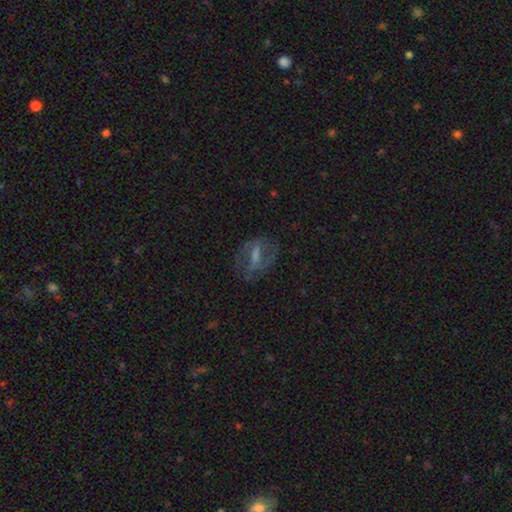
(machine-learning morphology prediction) Smooth or featured? featured or disk (61%)
Edge-on disk? no (88%)
Bar? strong (49%)
Spiral arms? yes (57%)
Bulge size? moderate (30%)
Merging? none (63%)